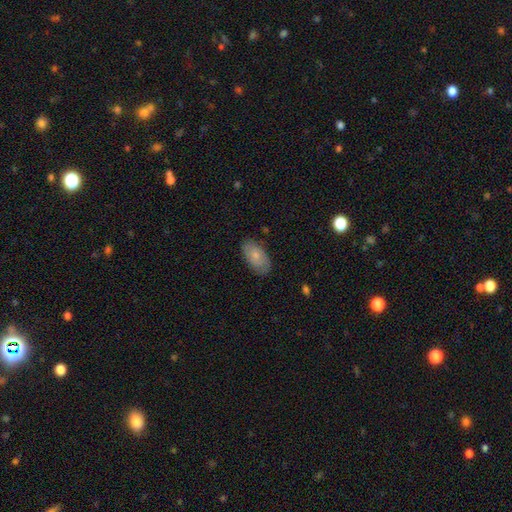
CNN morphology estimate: type=smooth (71%); roundness=in between (94%); merging=none (83%).